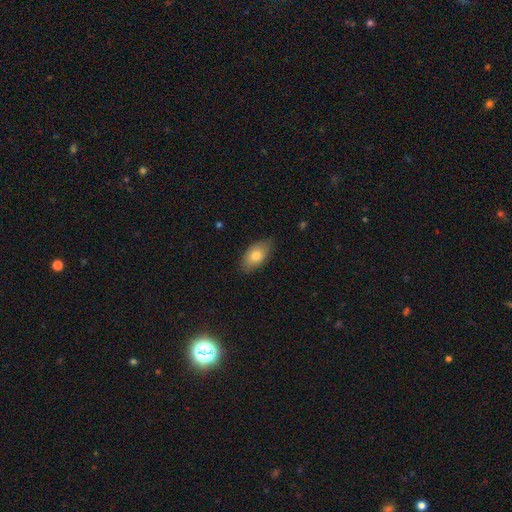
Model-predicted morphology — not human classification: A smooth galaxy with no disk features (77%) that is in between round and cigar-shaped (92%). Merging: none (80%).